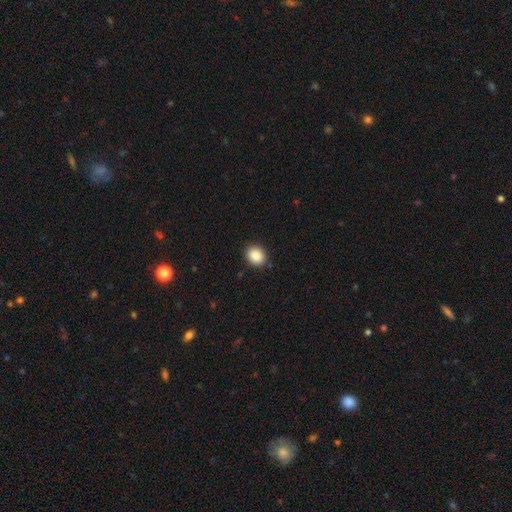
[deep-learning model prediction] Smooth or featured? Predicted: smooth (p=0.88). How rounded? Predicted: round (p=0.62). Merging? Predicted: none (p=0.88).